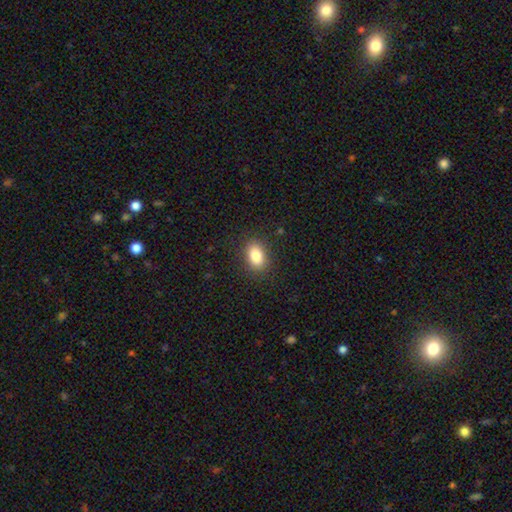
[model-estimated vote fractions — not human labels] This appears to be a smooth galaxy with no disk features (85%) that is in between round and cigar-shaped (84%). Merging: none (87%).